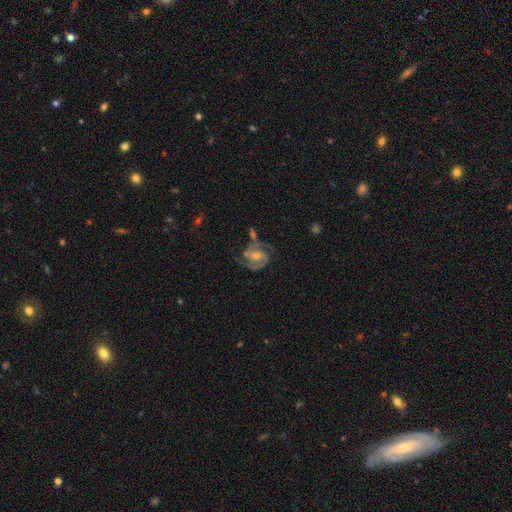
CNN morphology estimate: Overall: featured or disk (89%). Edge-on disk: no (98%). Bar: weak (44%; no 40%). Spiral arms: yes (98%). Spiral arm count: 2 (82%). Spiral winding: medium (50%; tight 42%). Bulge size: moderate (49%; small 43%). Merging: none (66%).